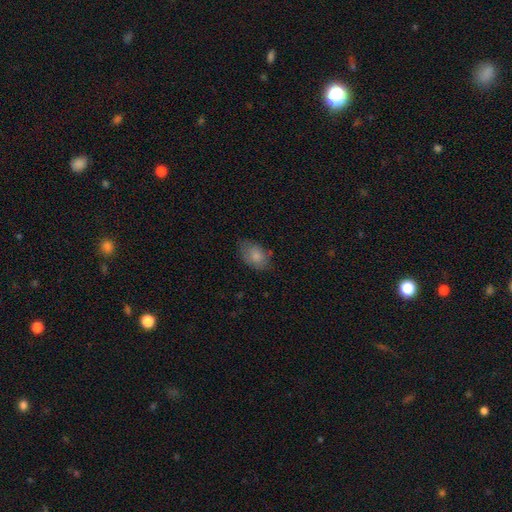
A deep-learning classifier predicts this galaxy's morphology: Smooth or featured? smooth (81%)
How rounded? in between (84%)
Merging? none (64%)